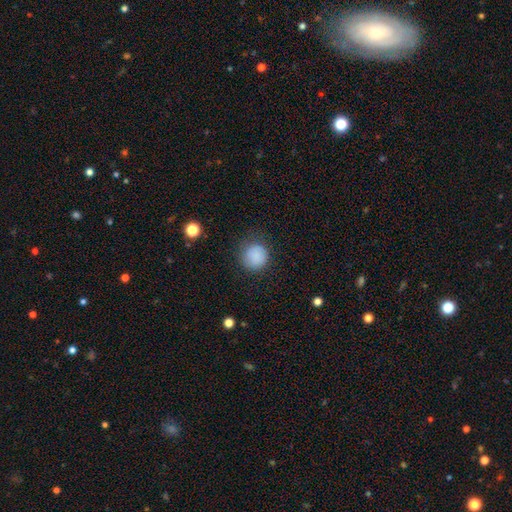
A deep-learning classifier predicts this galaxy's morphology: This is clearly a smooth galaxy (86%). How rounded: clearly round (91%). Merging: likely none (80%).